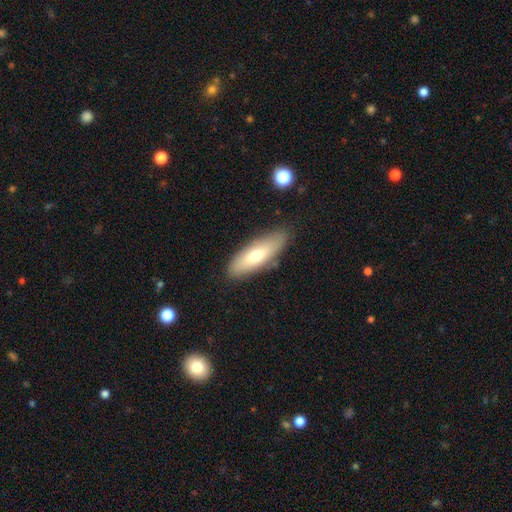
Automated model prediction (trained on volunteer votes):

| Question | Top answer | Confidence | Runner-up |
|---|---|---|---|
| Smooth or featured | smooth | 64% | featured or disk (29%) |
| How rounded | in between | 56% | cigar-shaped (42%) |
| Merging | none | 82% | minor disturbance (13%) |